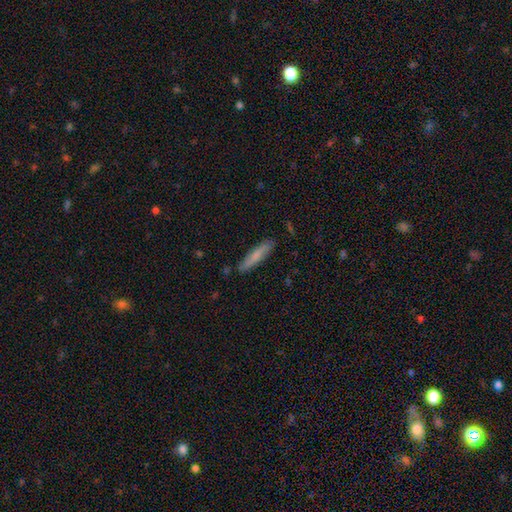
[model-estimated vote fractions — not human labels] A smooth galaxy with no disk features (73%) that is cigar-shaped (86%). Merging: none (85%).